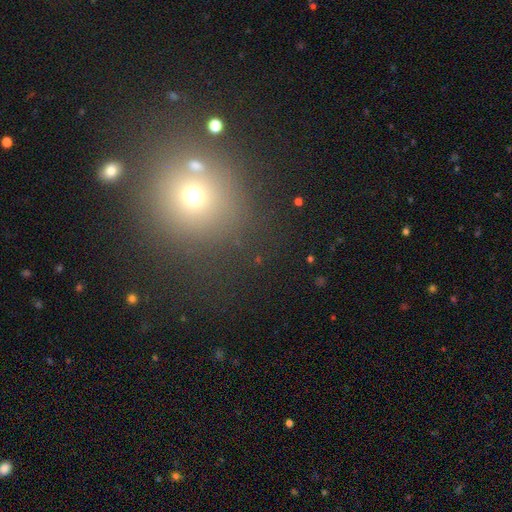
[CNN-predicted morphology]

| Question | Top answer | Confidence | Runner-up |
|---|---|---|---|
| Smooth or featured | smooth | 52% | star or artifact (38%) |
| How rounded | round | 90% | in between (9%) |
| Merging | none | 77% | minor disturbance (9%) |